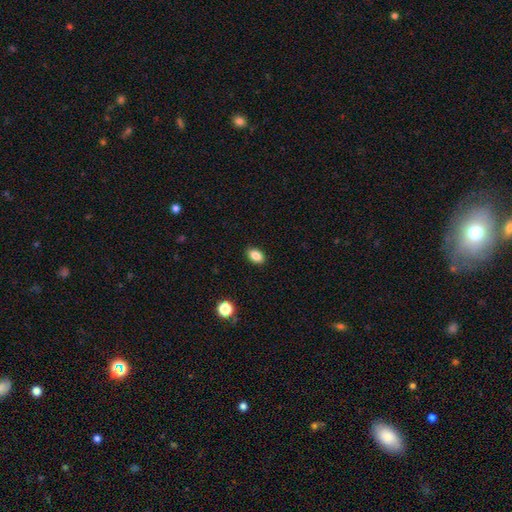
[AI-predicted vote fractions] Morphology: type=smooth (86%); roundness=in between (85%); merging=none (89%).